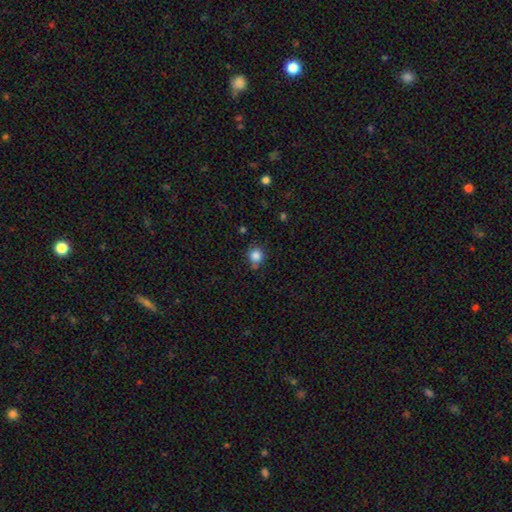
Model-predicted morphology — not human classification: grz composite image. It shows a smooth galaxy with no disk features (85%) that is round (88%). Merging: none (68%).